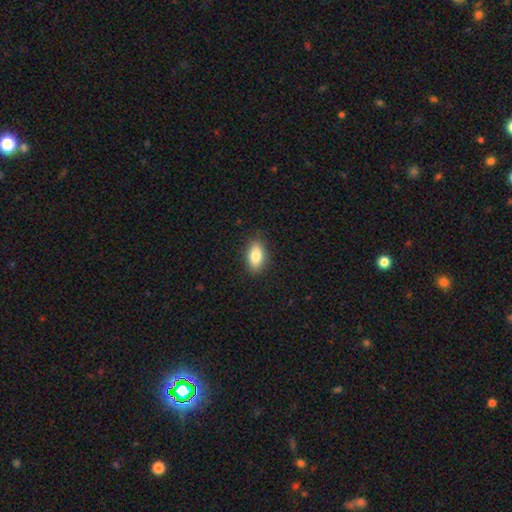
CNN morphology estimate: type=smooth (83%); roundness=in between (88%); merging=none (88%).